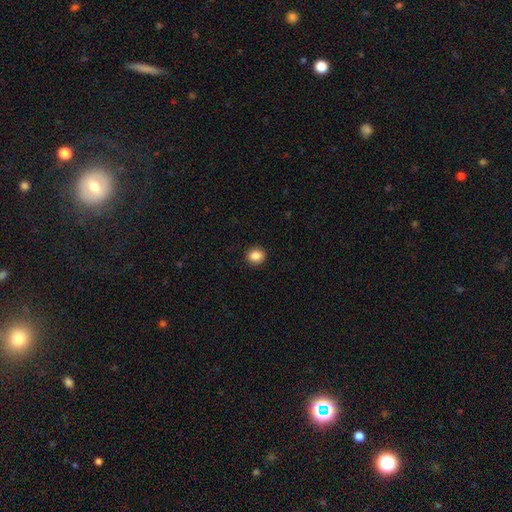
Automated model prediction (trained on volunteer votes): This is clearly a smooth galaxy (87%). How rounded: likely round (77%). Merging: clearly none (92%).